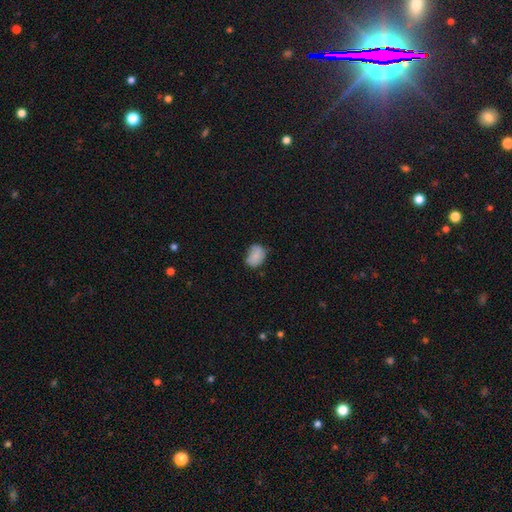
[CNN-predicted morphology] Smooth or featured? Predicted: smooth (p=0.80). How rounded? Predicted: in between (p=0.64). Merging? Predicted: none (p=0.55).